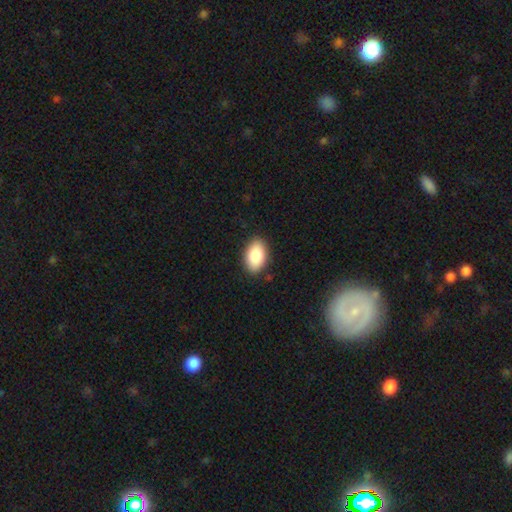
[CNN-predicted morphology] Overall: smooth (86%). How rounded: in between (92%). Merging: none (88%).